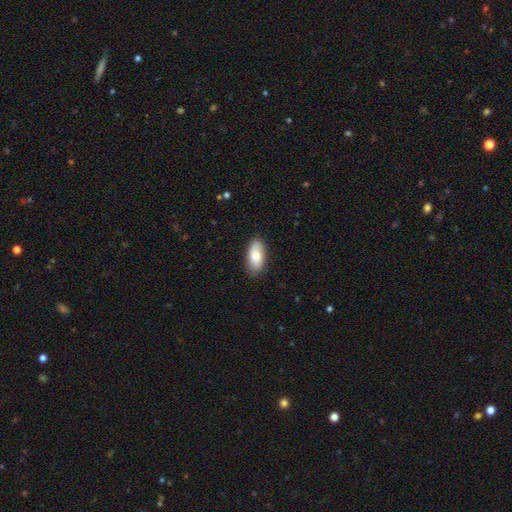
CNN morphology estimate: smooth-or-featured: smooth: 81% | featured or disk: 12% | star or artifact: 6%
  how-rounded: in between: 91% | cigar-shaped: 6% | round: 3%
  merging: none: 84% | minor disturbance: 13% | major disturbance: 2% | merger: 1%